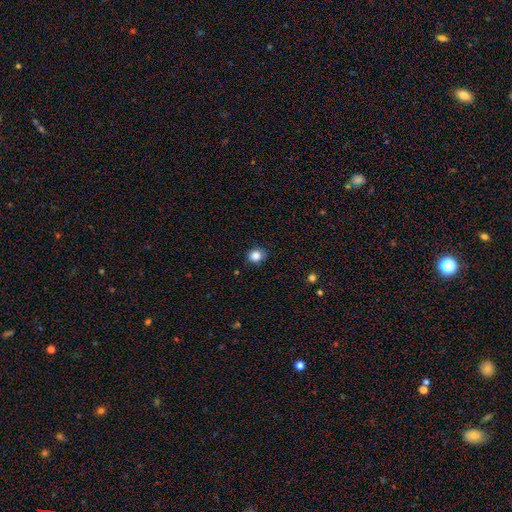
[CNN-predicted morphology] Smooth or featured? smooth (85%)
How rounded? round (73%)
Merging? none (83%)